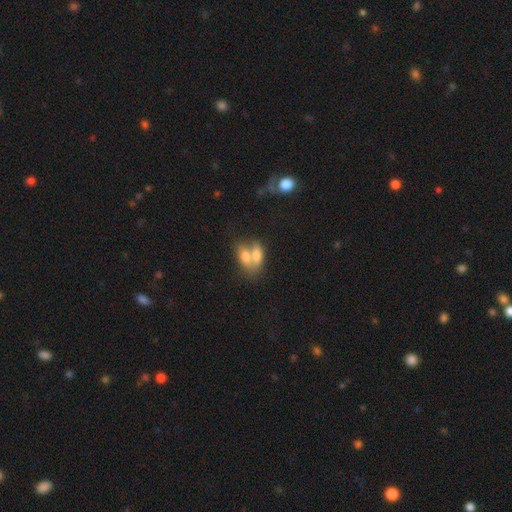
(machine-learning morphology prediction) smooth-or-featured: smooth: 74% | featured or disk: 19% | star or artifact: 8%
  how-rounded: in between: 86% | round: 9% | cigar-shaped: 6%
  merging: merger: 70% | none: 19% | minor disturbance: 6% | major disturbance: 4%